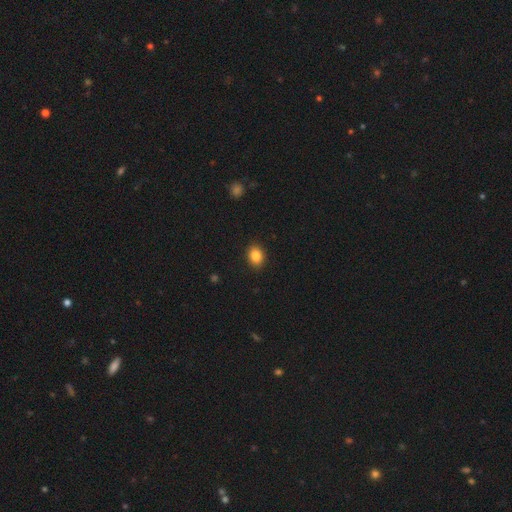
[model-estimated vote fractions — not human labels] smooth 86%, star or artifact 9%, featured or disk 5%. Down the decision tree: how rounded — in between (58%); merging — none (90%).